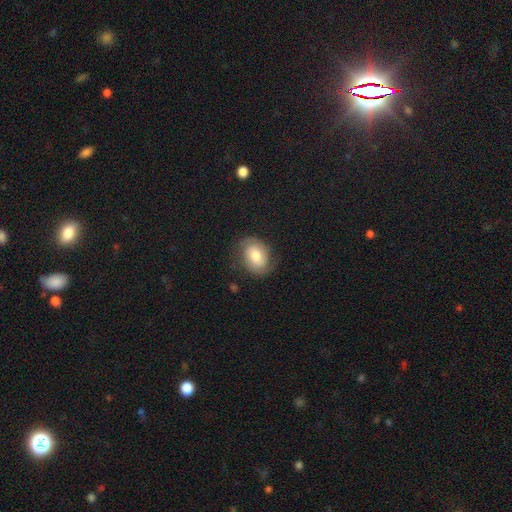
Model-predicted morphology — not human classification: Overall: smooth (53%; featured or disk 40%). How rounded: in between (65%; round 33%). Merging: none (74%).